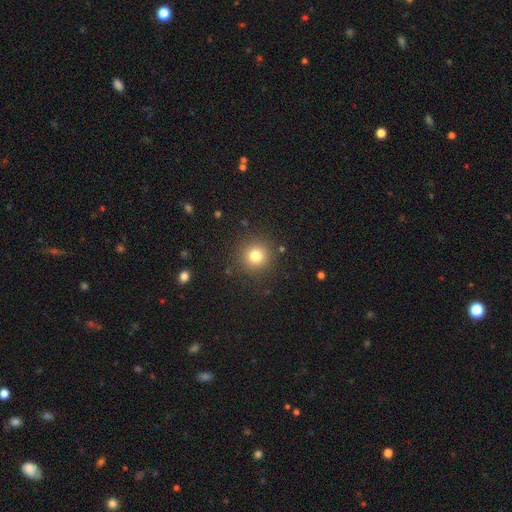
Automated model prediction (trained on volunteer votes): Q: Smooth or featured?
A: smooth (79%); runner-up: star or artifact (14%)
Q: How rounded?
A: round (94%); runner-up: in between (5%)
Q: Merging?
A: none (89%); runner-up: minor disturbance (7%)